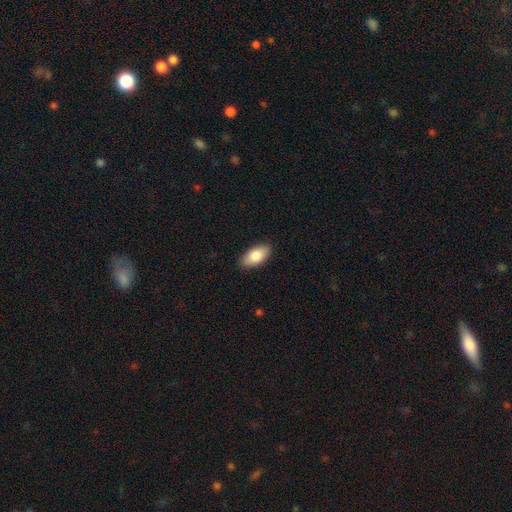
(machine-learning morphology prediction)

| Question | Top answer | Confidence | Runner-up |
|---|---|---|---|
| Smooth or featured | smooth | 83% | featured or disk (11%) |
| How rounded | in between | 93% | cigar-shaped (5%) |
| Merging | none | 88% | minor disturbance (9%) |